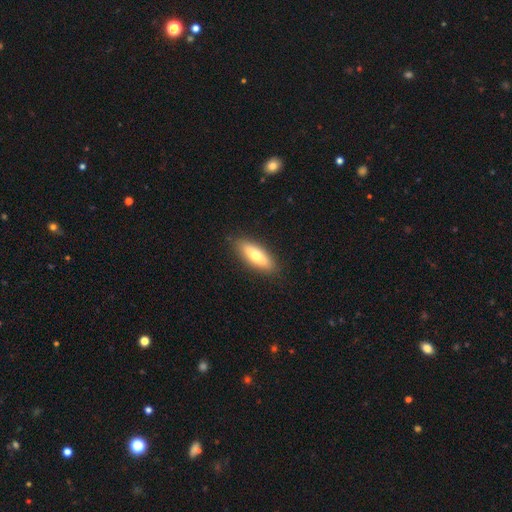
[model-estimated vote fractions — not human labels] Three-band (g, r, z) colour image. It shows a smooth galaxy with no disk features (67%) that is in between round and cigar-shaped (62%). Merging: none (89%).